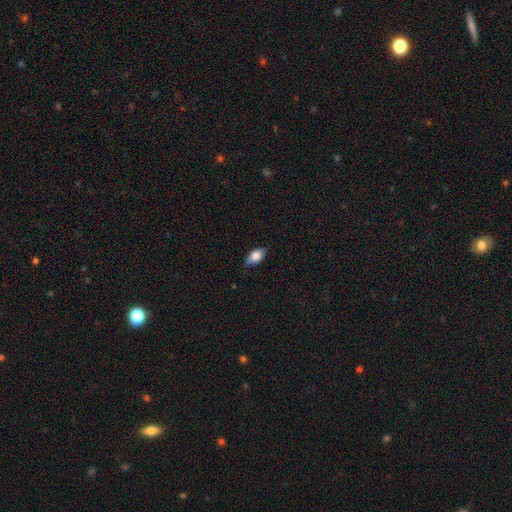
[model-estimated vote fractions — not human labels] Smooth or featured? smooth (75%)
How rounded? in between (88%)
Merging? none (80%)